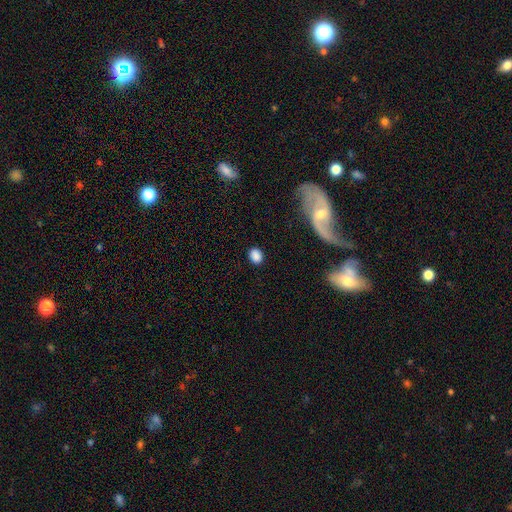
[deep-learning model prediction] Overall: smooth (83%). How rounded: in between (55%; round 43%). Merging: none (84%).